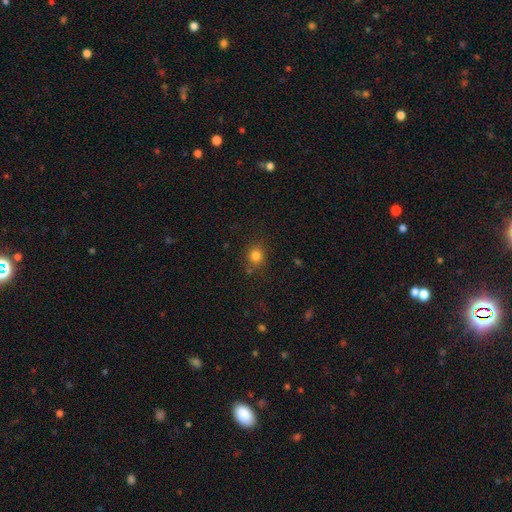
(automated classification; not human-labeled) Smooth or featured? smooth (82%)
How rounded? round (83%)
Merging? none (79%)